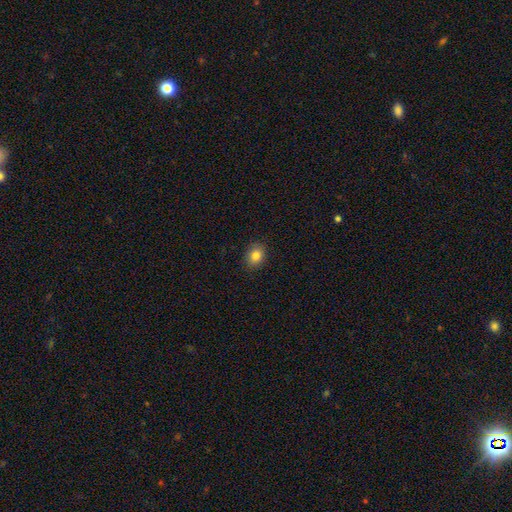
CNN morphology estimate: Overall: smooth (84%). How rounded: in between (61%; round 38%). Merging: none (88%).